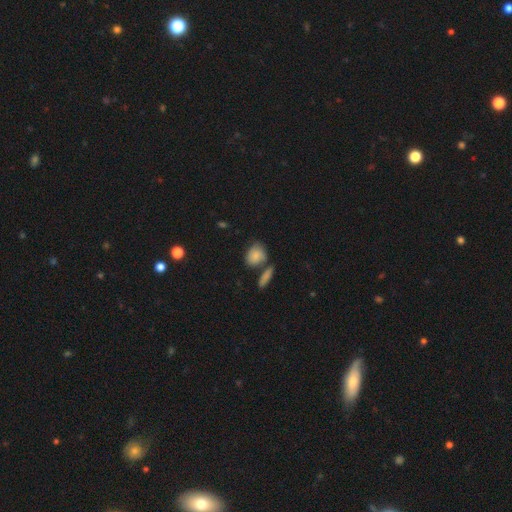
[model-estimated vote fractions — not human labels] Smooth or featured? smooth (80%)
How rounded? in between (56%)
Merging? none (52%)